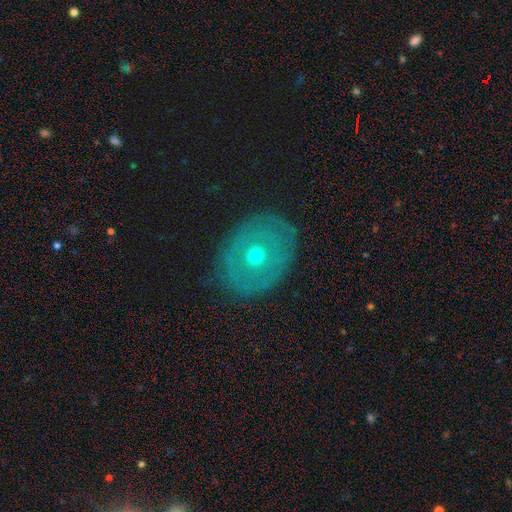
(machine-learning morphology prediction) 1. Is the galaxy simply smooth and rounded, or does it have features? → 56% featured or disk, 37% smooth, 7% star or artifact.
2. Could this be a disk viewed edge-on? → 94% no, 6% yes.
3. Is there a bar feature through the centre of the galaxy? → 91% no, 7% weak, 2% strong.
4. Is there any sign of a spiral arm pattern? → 77% no, 23% yes.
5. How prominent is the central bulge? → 59% moderate, 37% small, 2% large, 1% none, 1% dominant.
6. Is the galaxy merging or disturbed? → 80% none, 14% minor disturbance, 5% major disturbance, 1% merger.